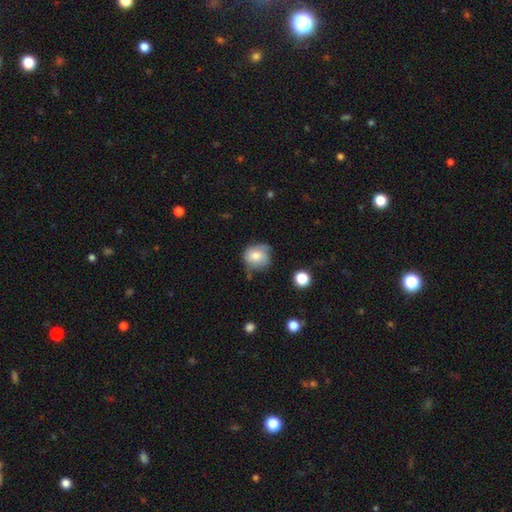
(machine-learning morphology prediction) Smooth or featured? smooth (67%)
How rounded? round (78%)
Merging? none (52%)